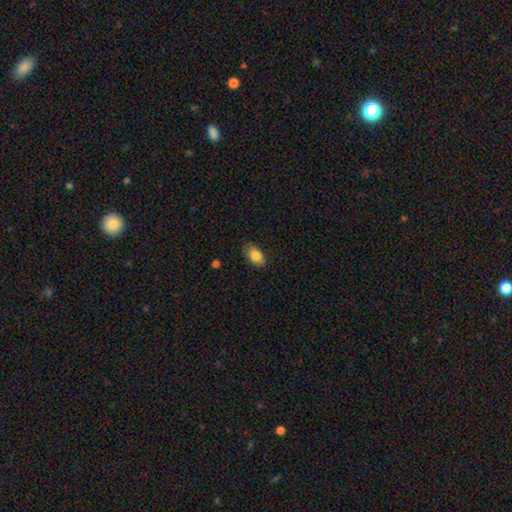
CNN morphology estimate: The model was most divided on "merging": none: 78%, minor disturbance: 18%, major disturbance: 3%, merger: 1%. More confident: how rounded — in between (90%); smooth or featured — smooth (84%).